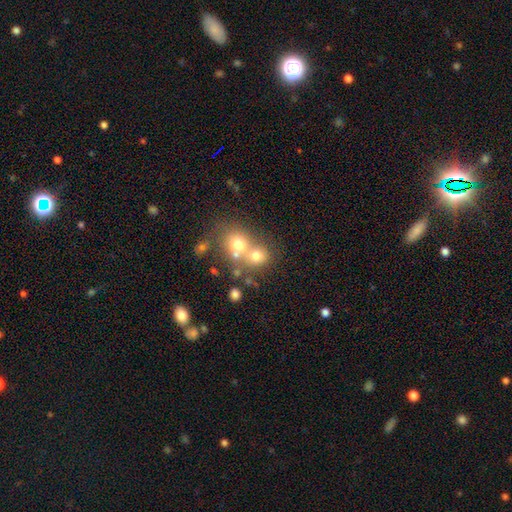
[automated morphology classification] smooth_or_featured: smooth (p=0.69) [alt: featured or disk p=0.17]
how_rounded: round (p=0.75) [alt: in between p=0.24]
merging: merger (p=0.52) [alt: none p=0.37]